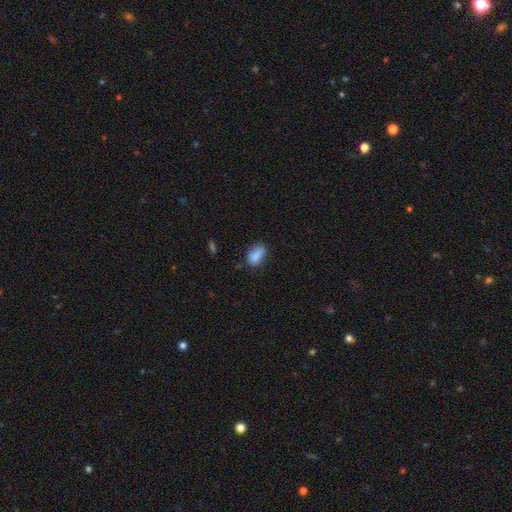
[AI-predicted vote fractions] smooth-or-featured: smooth: 81% | featured or disk: 10% | star or artifact: 9%
  how-rounded: in between: 83% | round: 13% | cigar-shaped: 4%
  merging: none: 58% | minor disturbance: 29% | major disturbance: 8% | merger: 6%